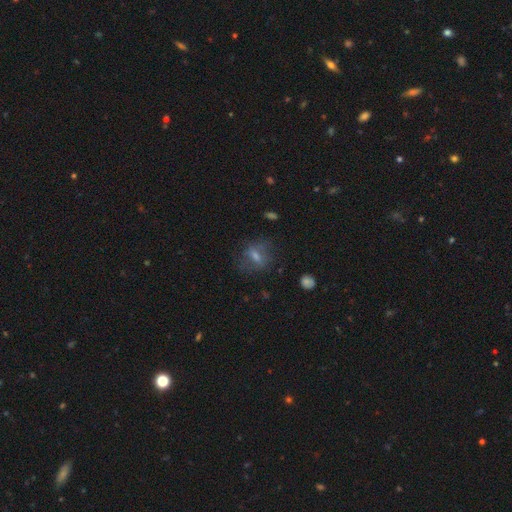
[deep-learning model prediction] Smooth or featured? Predicted: smooth (p=0.46). Merging? Predicted: none (p=0.70).